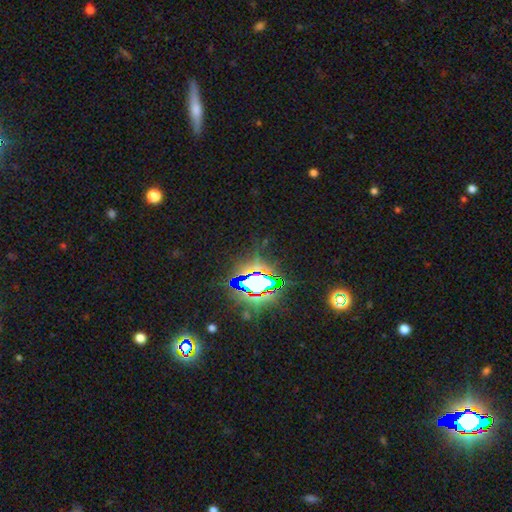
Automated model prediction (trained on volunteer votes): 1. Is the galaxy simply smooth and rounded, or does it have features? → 81% star or artifact, 10% smooth, 9% featured or disk.